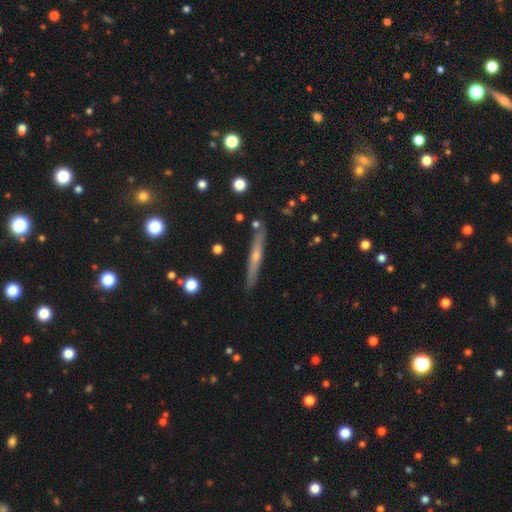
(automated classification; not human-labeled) Morphology: type=featured or disk (63%); edge-on=yes (95%); edge-on bulge=rounded (68%); merging=none (86%).